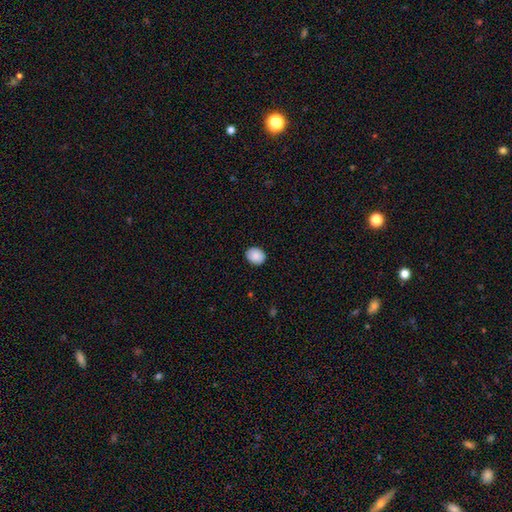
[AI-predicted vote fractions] smooth_or_featured: smooth (p=0.88) [alt: star or artifact p=0.07]
how_rounded: round (p=0.55) [alt: in between p=0.44]
merging: none (p=0.89) [alt: minor disturbance p=0.08]